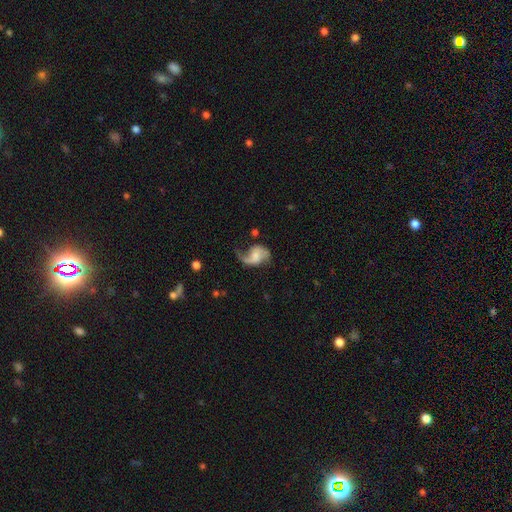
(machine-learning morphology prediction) Q: Smooth or featured?
A: featured or disk (76%); runner-up: smooth (17%)
Q: Edge-on disk?
A: no (98%); runner-up: yes (2%)
Q: Bar?
A: no (46%); runner-up: weak (41%)
Q: Spiral arms?
A: yes (93%); runner-up: no (7%)
Q: Spiral winding?
A: loose (67%); runner-up: medium (27%)
Q: Spiral arm count?
A: 2 (70%); runner-up: 1 (24%)
Q: Bulge size?
A: small (36%); runner-up: moderate (28%)
Q: Merging?
A: none (44%); runner-up: major disturbance (29%)